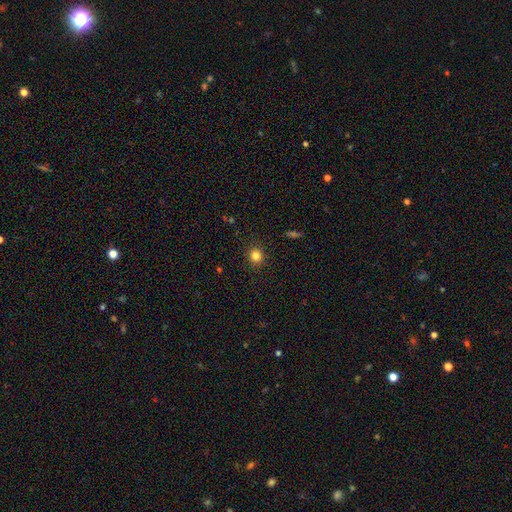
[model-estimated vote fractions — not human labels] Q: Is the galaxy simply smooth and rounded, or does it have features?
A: smooth — 82%.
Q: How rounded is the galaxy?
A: round — 89%.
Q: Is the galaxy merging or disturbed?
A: none — 91%.